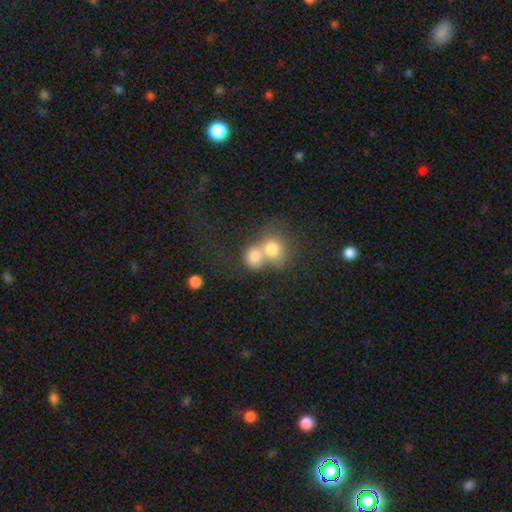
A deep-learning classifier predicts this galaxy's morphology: A smooth galaxy with no disk features (74%) that is round (68%).

Vote fractions:
- Smooth or featured? smooth: 74% / featured or disk: 16% / star or artifact: 11%
- How rounded? round: 68% / in between: 30% / cigar-shaped: 1%
- Merging? merger: 70% / none: 20% / minor disturbance: 6% / major disturbance: 5%